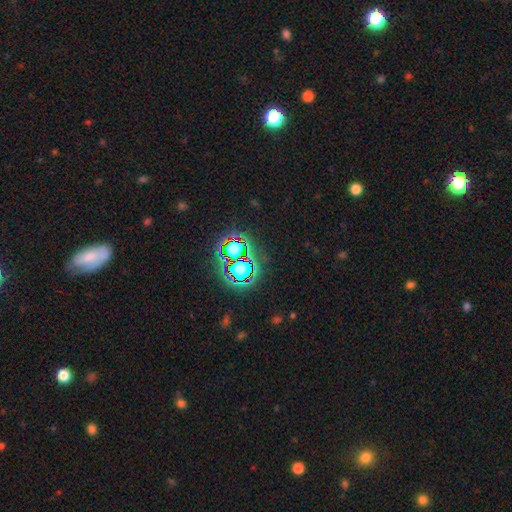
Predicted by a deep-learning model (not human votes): smooth-or-featured: star or artifact: 77% | smooth: 14% | featured or disk: 9%